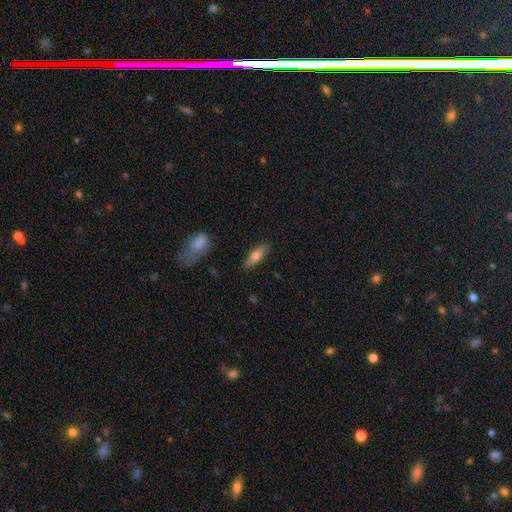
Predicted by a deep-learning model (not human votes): Overall: smooth (69%). How rounded: in between (51%; cigar-shaped 46%). Merging: none (85%).